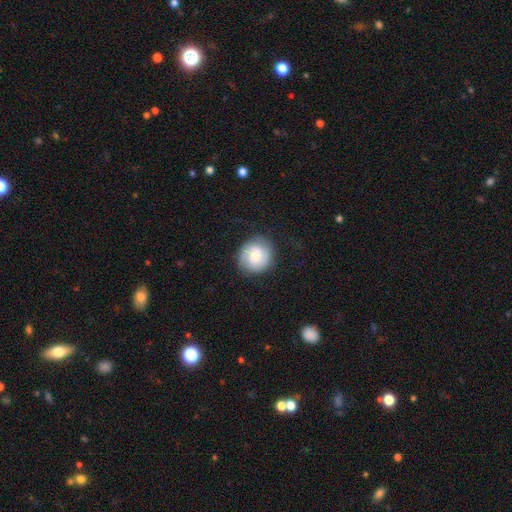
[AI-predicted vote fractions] Smooth or featured: featured or disk — 51% (smooth — 42%)
Edge-on disk: no — 98% (yes — 2%)
Merging: none — 79% (minor disturbance — 15%)